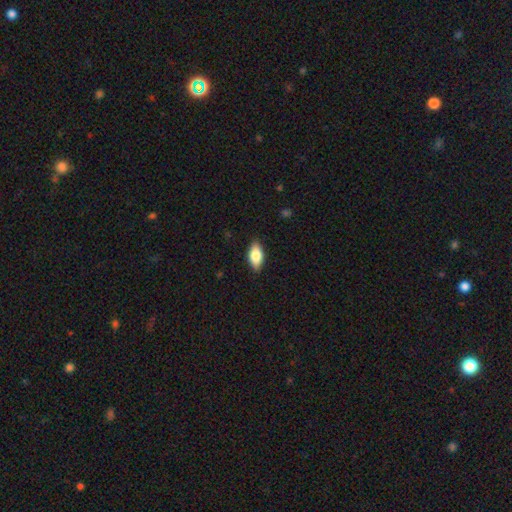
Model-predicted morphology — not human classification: This appears to be a smooth galaxy with no disk features (79%) that is in between round and cigar-shaped (90%). Merging: none (87%).